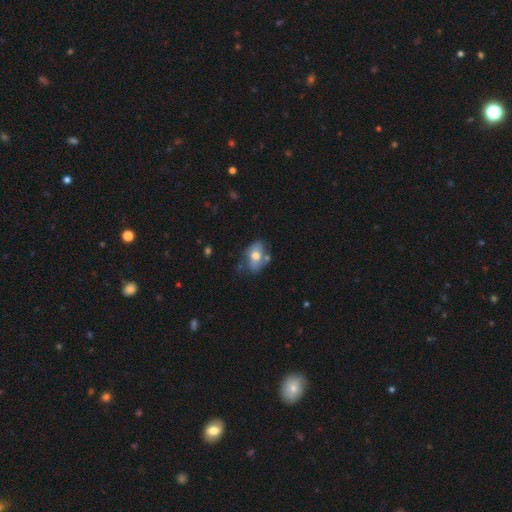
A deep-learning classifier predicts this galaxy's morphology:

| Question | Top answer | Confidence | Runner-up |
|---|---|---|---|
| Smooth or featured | smooth | 57% | featured or disk (36%) |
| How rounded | in between | 80% | round (19%) |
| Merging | none | 53% | minor disturbance (27%) |